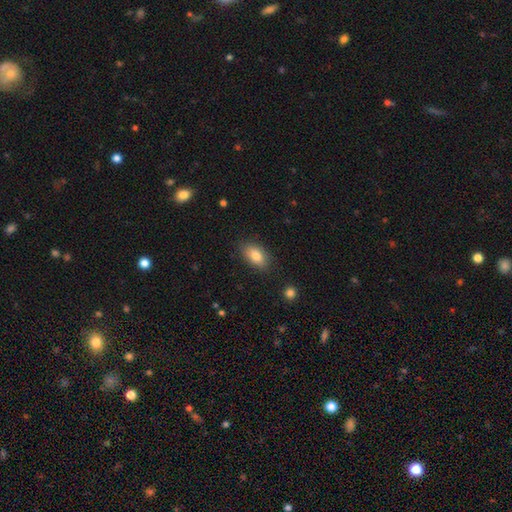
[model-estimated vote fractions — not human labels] smooth_or_featured: smooth (p=0.83) [alt: featured or disk p=0.09]
how_rounded: in between (p=0.90) [alt: round p=0.06]
merging: none (p=0.84) [alt: minor disturbance p=0.12]